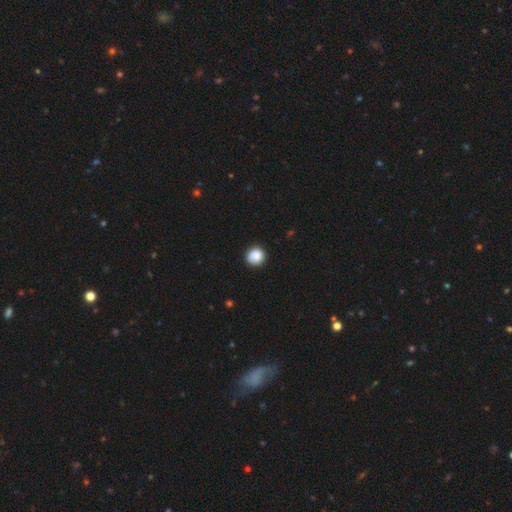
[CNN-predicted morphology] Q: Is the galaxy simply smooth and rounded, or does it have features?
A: smooth — 87%.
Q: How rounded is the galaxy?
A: round — 93%.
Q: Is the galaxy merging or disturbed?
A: none — 88%.